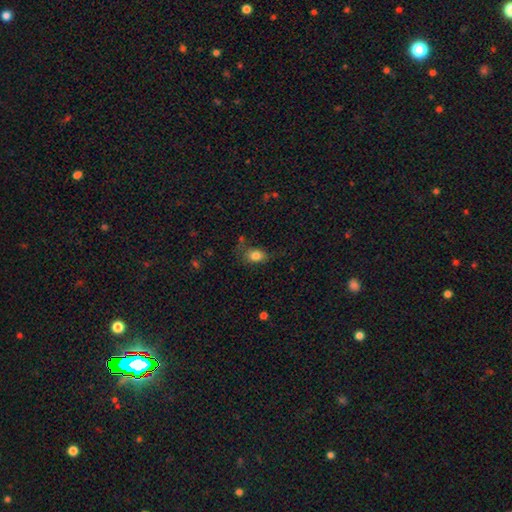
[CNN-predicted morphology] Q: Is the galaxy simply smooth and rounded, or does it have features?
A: smooth — 81%.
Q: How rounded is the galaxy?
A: in between — 77%.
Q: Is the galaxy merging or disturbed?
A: none — 60%.